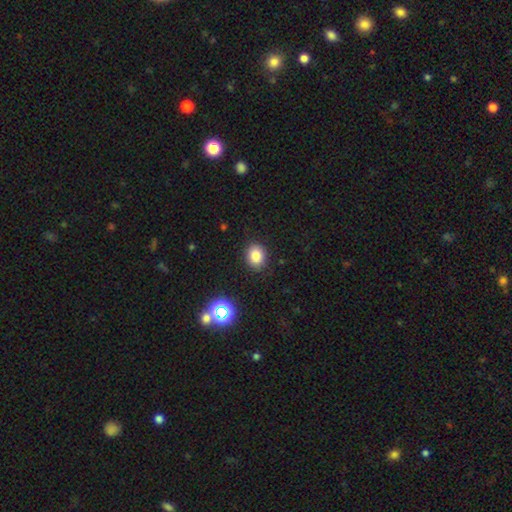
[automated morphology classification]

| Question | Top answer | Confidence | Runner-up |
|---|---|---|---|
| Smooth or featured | smooth | 81% | star or artifact (13%) |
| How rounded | round | 56% | in between (43%) |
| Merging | none | 88% | minor disturbance (8%) |